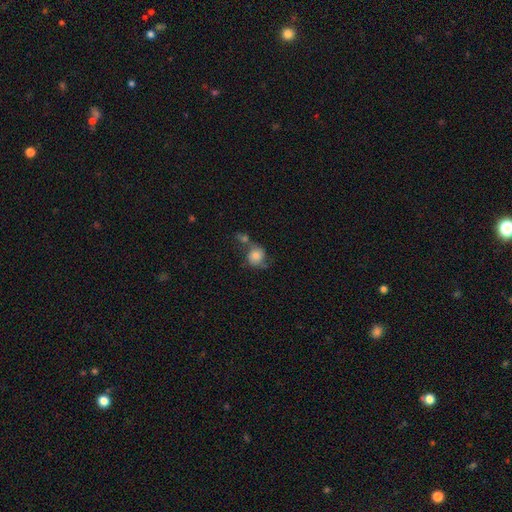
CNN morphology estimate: The model was most divided on "merging": none: 41%, merger: 27%, minor disturbance: 20%, major disturbance: 13%. More confident: how rounded — round (80%); smooth or featured — smooth (68%).